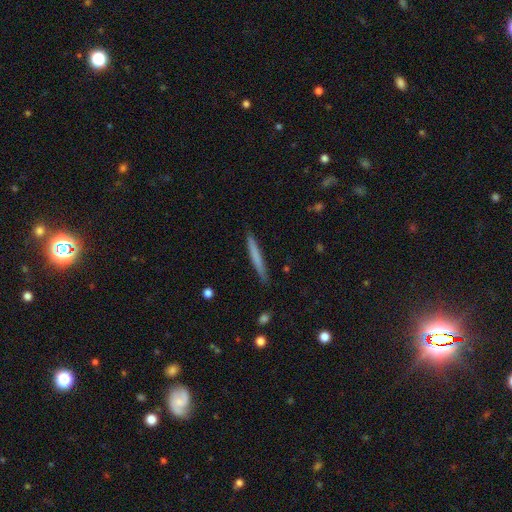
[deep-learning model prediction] Smooth or featured? Predicted: smooth (p=0.66). How rounded? Predicted: cigar-shaped (p=0.97). Merging? Predicted: none (p=0.90).